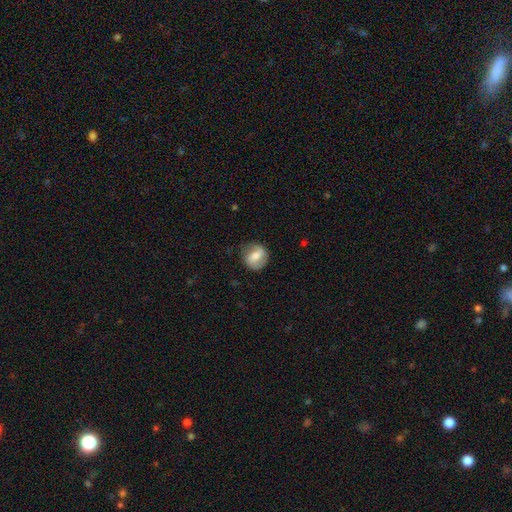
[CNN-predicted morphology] type=smooth (48%); merging=none (75%).